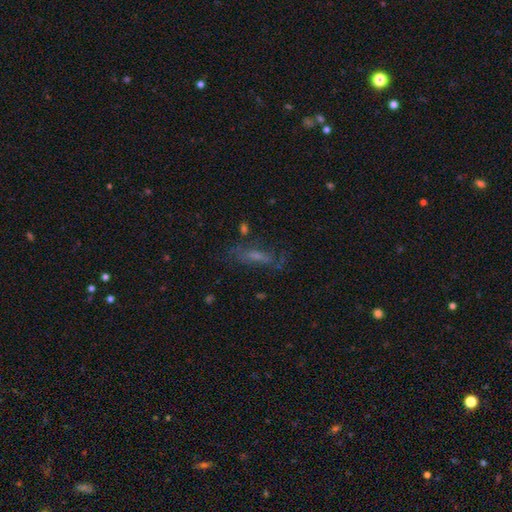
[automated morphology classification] Smooth or featured? featured or disk (45%)
Merging? none (60%)